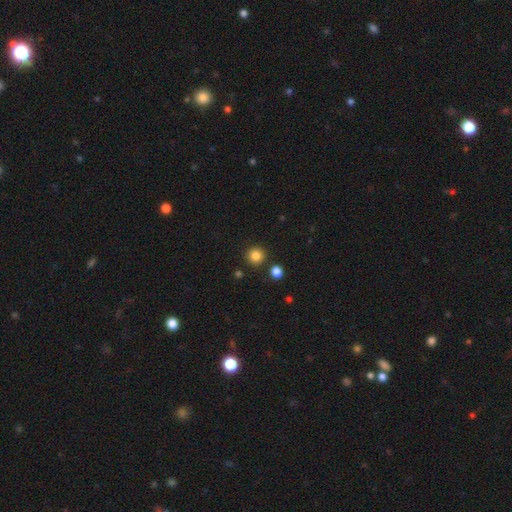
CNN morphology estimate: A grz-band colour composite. It shows a smooth galaxy with no disk features (84%) that is round (94%). Merging: none (89%).